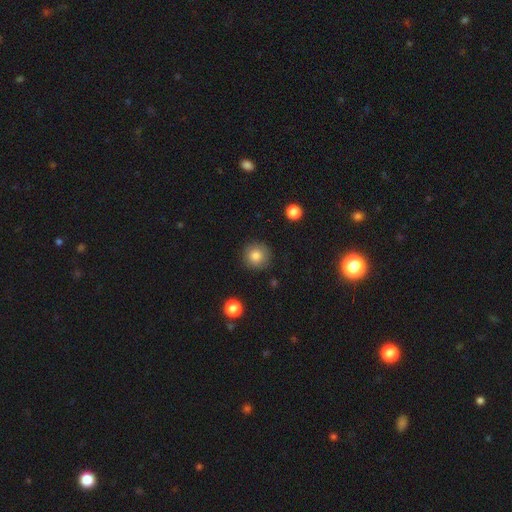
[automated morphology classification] Smooth or featured? Predicted: smooth (p=0.83). How rounded? Predicted: round (p=0.94). Merging? Predicted: none (p=0.89).